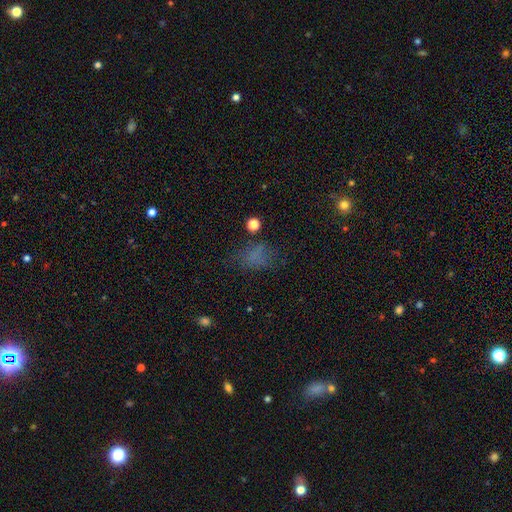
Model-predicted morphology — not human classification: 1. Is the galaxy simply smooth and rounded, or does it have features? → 60% smooth, 23% star or artifact, 17% featured or disk.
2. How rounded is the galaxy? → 72% in between, 25% round, 3% cigar-shaped.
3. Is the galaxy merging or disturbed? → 54% none, 22% minor disturbance, 21% major disturbance, 3% merger.